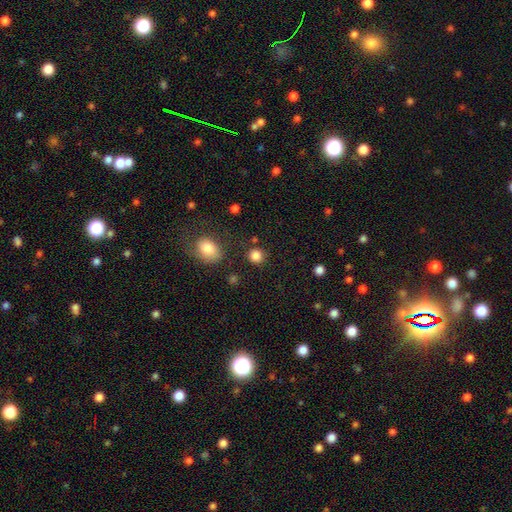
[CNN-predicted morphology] smooth 85%, star or artifact 11%, featured or disk 4%. Down the decision tree: how rounded — round (88%); merging — none (84%).